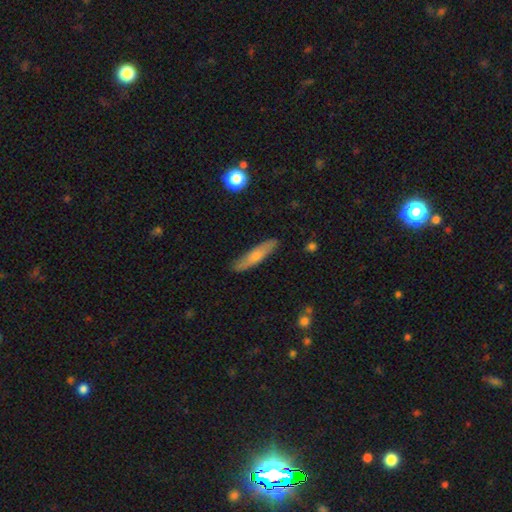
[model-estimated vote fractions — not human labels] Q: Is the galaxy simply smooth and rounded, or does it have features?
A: smooth — 56%.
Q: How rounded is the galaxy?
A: cigar-shaped — 83%.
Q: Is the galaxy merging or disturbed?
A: none — 86%.